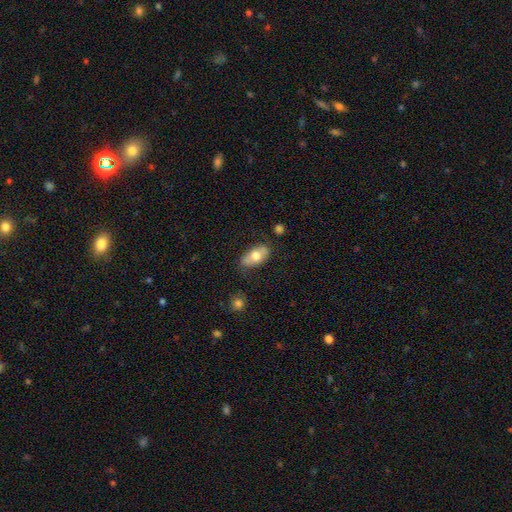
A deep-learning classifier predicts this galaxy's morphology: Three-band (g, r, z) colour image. It shows a smooth galaxy with no disk features (69%) that is in between round and cigar-shaped (90%). Merging: none (74%).